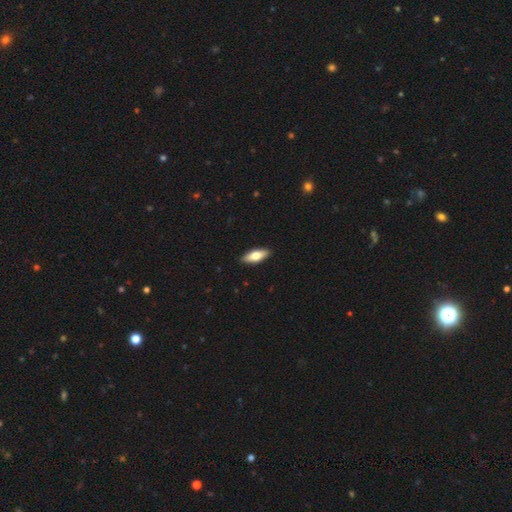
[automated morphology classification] smooth 68%, featured or disk 27%, star or artifact 5%. Down the decision tree: how rounded — in between (69%); merging — none (90%).